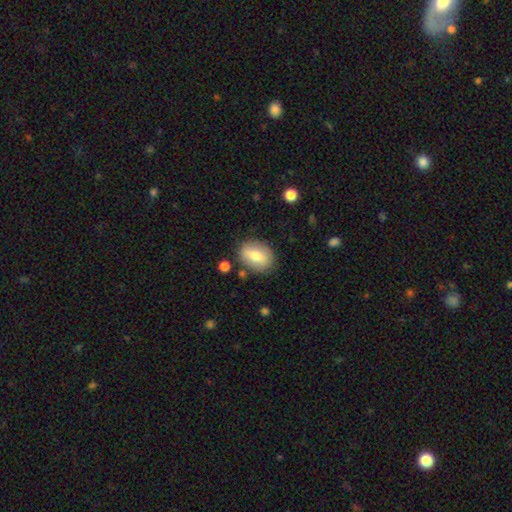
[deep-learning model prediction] smooth-or-featured: smooth: 69% | featured or disk: 23% | star or artifact: 7%
  how-rounded: in between: 66% | round: 32% | cigar-shaped: 1%
  merging: none: 82% | minor disturbance: 12% | major disturbance: 3% | merger: 3%